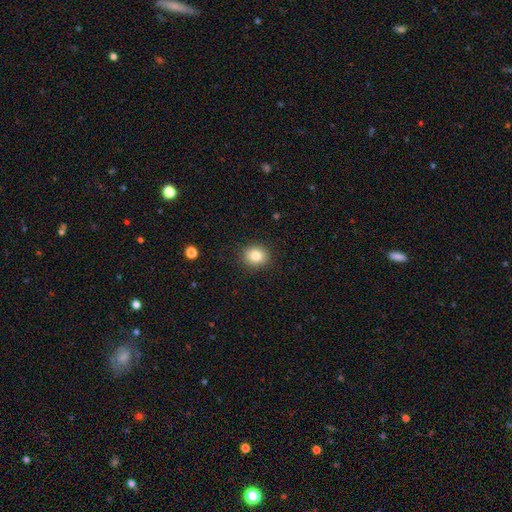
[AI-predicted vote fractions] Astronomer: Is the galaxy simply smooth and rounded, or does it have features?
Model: smooth — 83%.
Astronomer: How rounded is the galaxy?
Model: round — 75%.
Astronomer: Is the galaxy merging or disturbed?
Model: none — 90%.